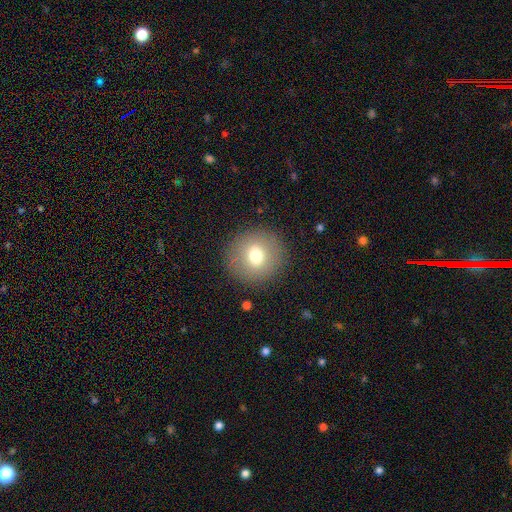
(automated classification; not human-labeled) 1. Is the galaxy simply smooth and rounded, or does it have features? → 72% smooth, 17% featured or disk, 11% star or artifact.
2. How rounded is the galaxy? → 94% round, 5% in between, 1% cigar-shaped.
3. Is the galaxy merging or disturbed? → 90% none, 6% minor disturbance, 3% major disturbance, 1% merger.